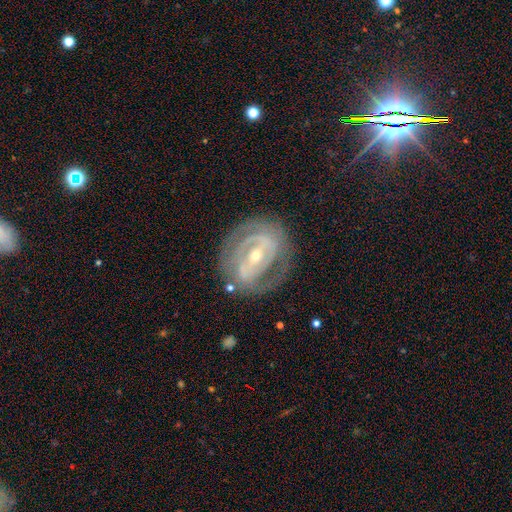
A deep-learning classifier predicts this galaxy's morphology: Smooth or featured? featured or disk (83%)
Edge-on disk? no (95%)
Bar? strong (45%)
Spiral arms? yes (79%)
Spiral winding? tight (61%)
Spiral arm count? 2 (56%)
Bulge size? small (56%)
Merging? none (73%)